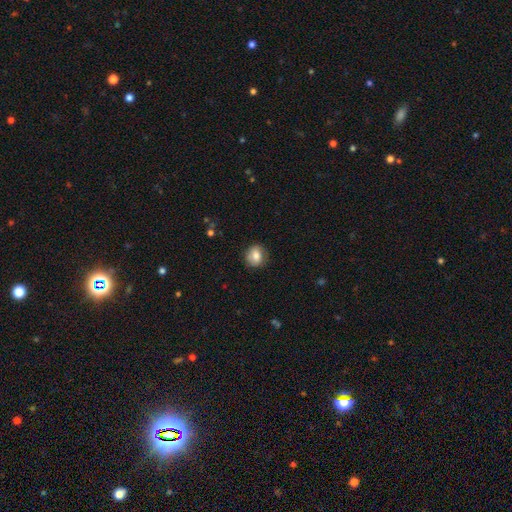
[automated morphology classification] The model was most divided on "how rounded": round: 69%, in between: 30%, cigar-shaped: 1%. More confident: merging — none (83%); smooth or featured — smooth (77%).